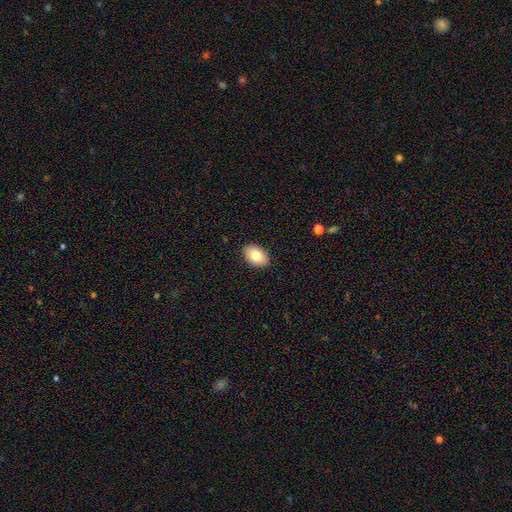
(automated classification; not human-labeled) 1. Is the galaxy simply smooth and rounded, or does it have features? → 80% smooth, 12% featured or disk, 8% star or artifact.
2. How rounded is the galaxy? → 86% in between, 13% round, 1% cigar-shaped.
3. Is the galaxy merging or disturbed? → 90% none, 8% minor disturbance, 2% major disturbance, 1% merger.